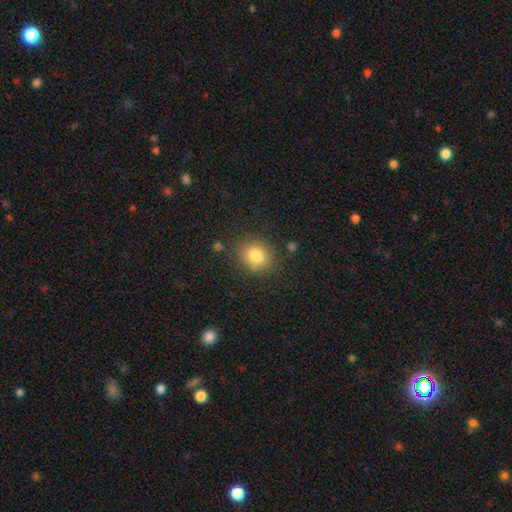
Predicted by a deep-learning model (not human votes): Smooth or featured: smooth — 83% (star or artifact — 10%)
How rounded: round — 71% (in between — 28%)
Merging: none — 83% (minor disturbance — 11%)